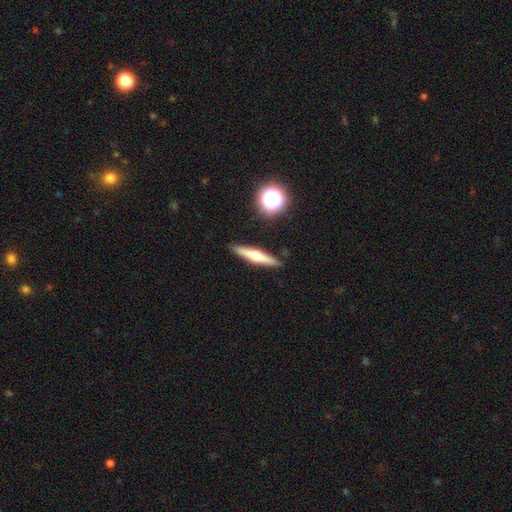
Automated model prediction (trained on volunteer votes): Overall: featured or disk (57%; smooth 36%). Edge-on disk: yes (96%). Edge-on bulge: rounded (88%). Merging: none (89%).